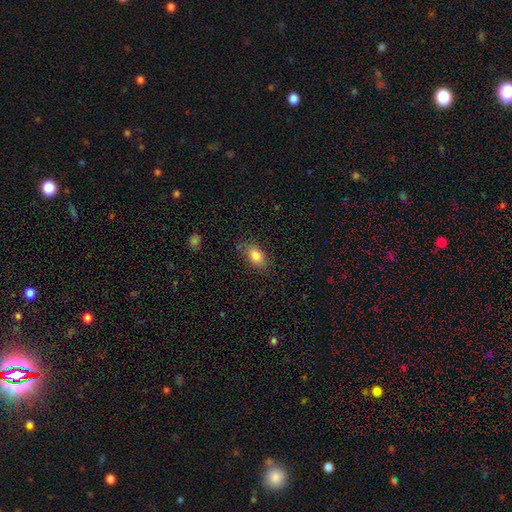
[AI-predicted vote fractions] Q: Smooth or featured?
A: smooth (83%); runner-up: featured or disk (9%)
Q: How rounded?
A: in between (89%); runner-up: round (8%)
Q: Merging?
A: none (76%); runner-up: minor disturbance (18%)